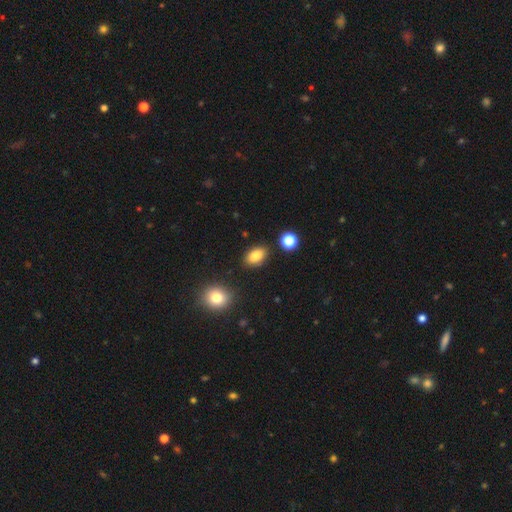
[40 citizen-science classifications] This appears to be a smooth galaxy with no disk features (90%) that is in between round and cigar-shaped (94%). Merging: none (92%).